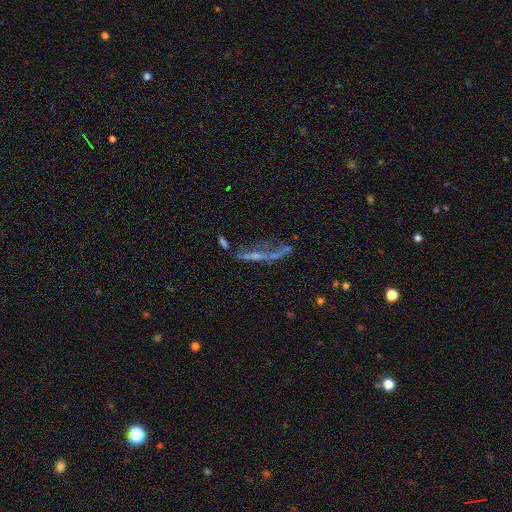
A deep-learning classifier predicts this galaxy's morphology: The model was most divided on "merging": none: 33%, major disturbance: 32%, merger: 19%, minor disturbance: 17%. More confident: smooth or featured — featured or disk (59%); edge-on disk — no (51%).